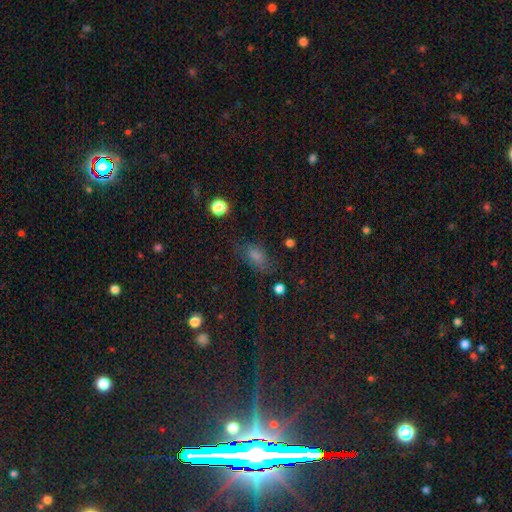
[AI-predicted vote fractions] smooth_or_featured: smooth (p=0.71) [alt: star or artifact p=0.17]
how_rounded: in between (p=0.83) [alt: round p=0.10]
merging: none (p=0.63) [alt: minor disturbance p=0.23]